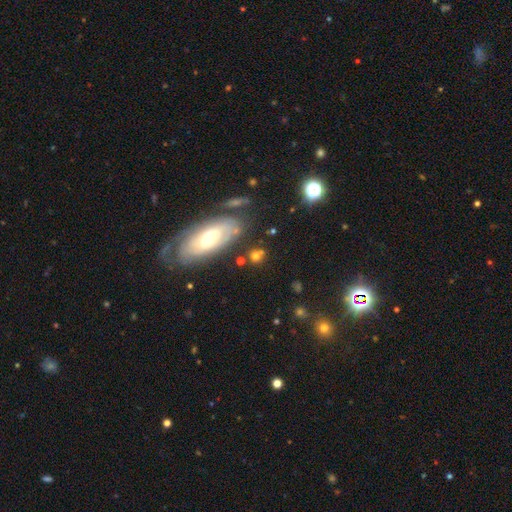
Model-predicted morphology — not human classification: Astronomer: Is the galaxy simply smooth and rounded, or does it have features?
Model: smooth — 61%.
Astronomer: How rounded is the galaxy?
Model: round — 55% (runner-up: in between, 38%).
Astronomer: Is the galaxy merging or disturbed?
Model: none — 70%.